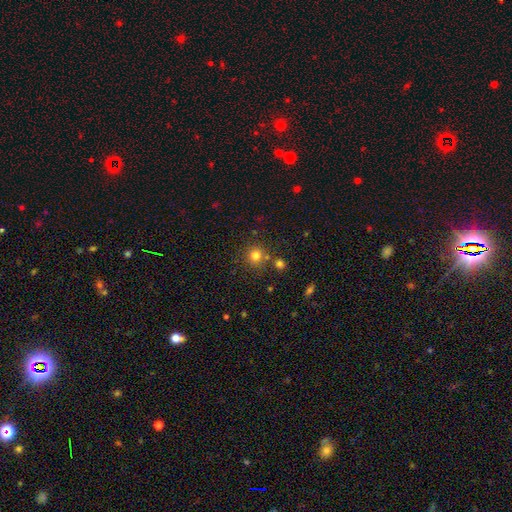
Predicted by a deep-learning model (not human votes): Smooth or featured?
  - smooth: 78% *
  - star or artifact: 15%
  - featured or disk: 7%
How rounded?
  - round: 92% *
  - in between: 7%
  - cigar-shaped: 1%
Merging?
  - none: 78% *
  - merger: 11%
  - minor disturbance: 8%
  - major disturbance: 3%